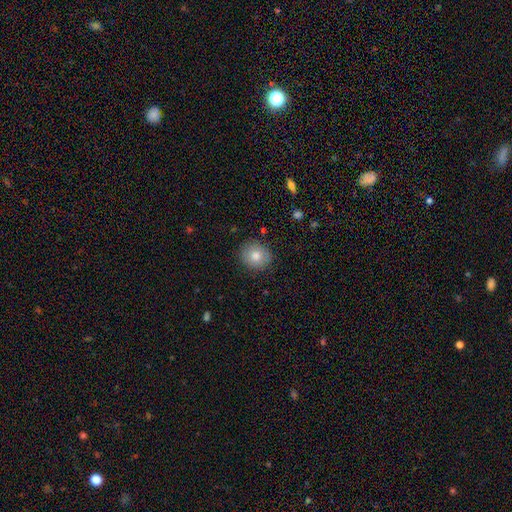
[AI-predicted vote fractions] smooth_or_featured: smooth (p=0.80) [alt: featured or disk p=0.11]
how_rounded: round (p=0.86) [alt: in between p=0.14]
merging: none (p=0.88) [alt: minor disturbance p=0.09]